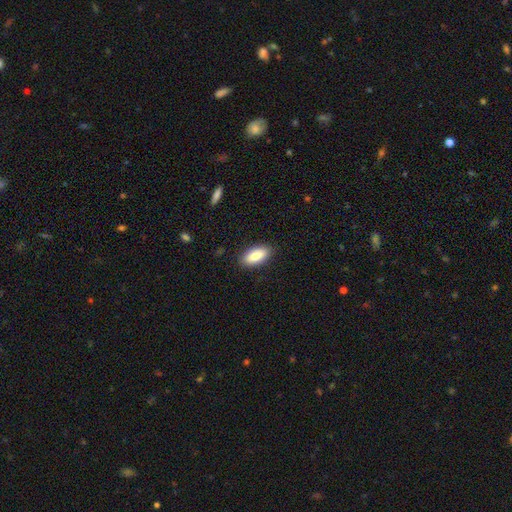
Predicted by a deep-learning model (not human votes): Morphology: type=smooth (85%); roundness=in between (86%); merging=none (88%).